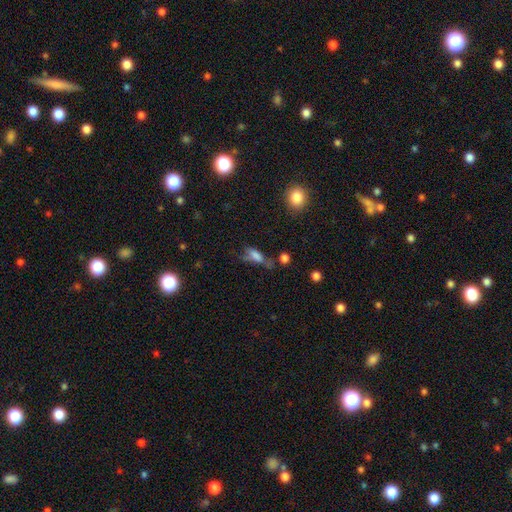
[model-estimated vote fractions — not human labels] smooth 67%, featured or disk 19%, star or artifact 14%. Down the decision tree: how rounded — in between (70%); merging — none (34%).